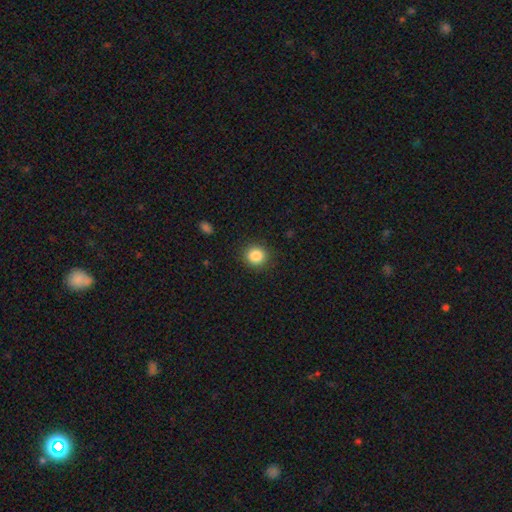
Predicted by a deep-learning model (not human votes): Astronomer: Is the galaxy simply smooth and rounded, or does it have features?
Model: smooth — 86%.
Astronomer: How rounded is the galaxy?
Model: round — 89%.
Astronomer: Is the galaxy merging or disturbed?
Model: none — 90%.